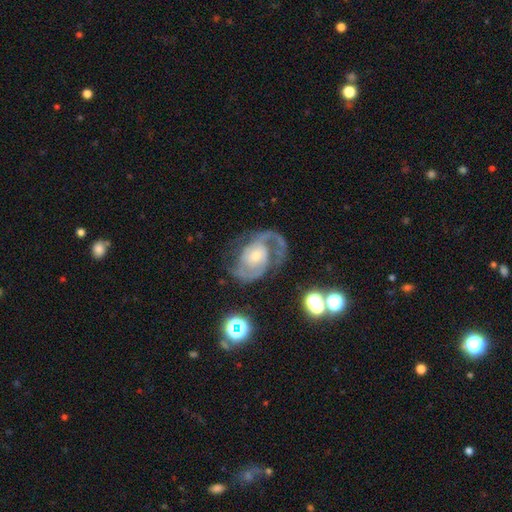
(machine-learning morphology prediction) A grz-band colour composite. It shows a featured or disk galaxy (87%) with no bar (63%), 2 (77%) medium (51%) spiral arms (95%) and a small central bulge (50%). Merging: none (62%).